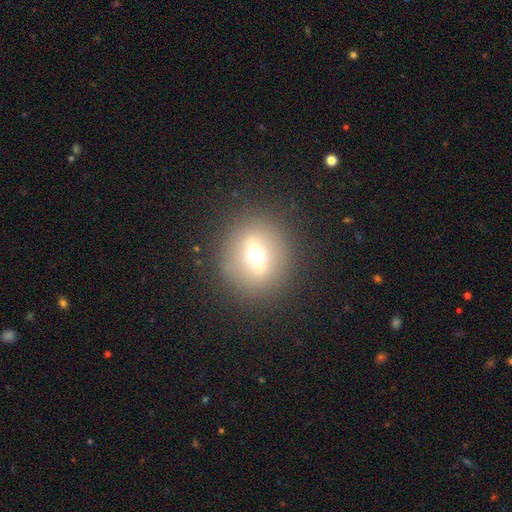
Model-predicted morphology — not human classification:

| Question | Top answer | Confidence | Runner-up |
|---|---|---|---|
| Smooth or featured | smooth | 44% | featured or disk (40%) |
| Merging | none | 86% | minor disturbance (8%) |